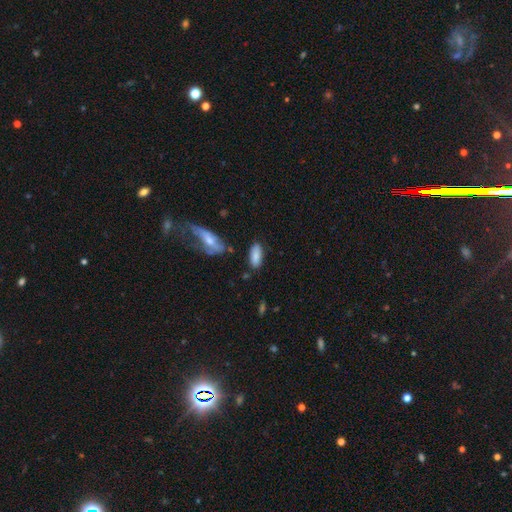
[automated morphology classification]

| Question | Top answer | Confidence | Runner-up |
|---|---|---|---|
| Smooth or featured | smooth | 84% | featured or disk (9%) |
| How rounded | in between | 80% | cigar-shaped (17%) |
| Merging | none | 78% | minor disturbance (14%) |